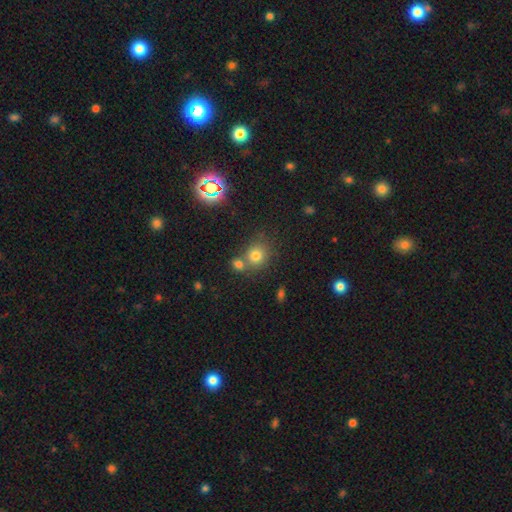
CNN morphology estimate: Smooth or featured: smooth — 75% (star or artifact — 16%)
How rounded: round — 79% (in between — 20%)
Merging: none — 54% (merger — 32%)